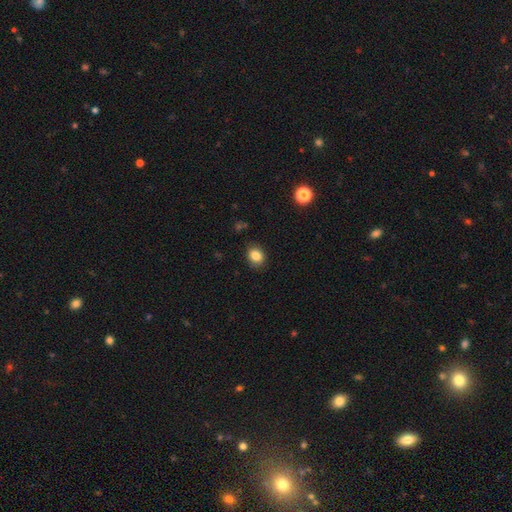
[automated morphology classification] The model was most divided on "how rounded": round: 56%, in between: 43%, cigar-shaped: 1%. More confident: merging — none (87%); smooth or featured — smooth (84%).